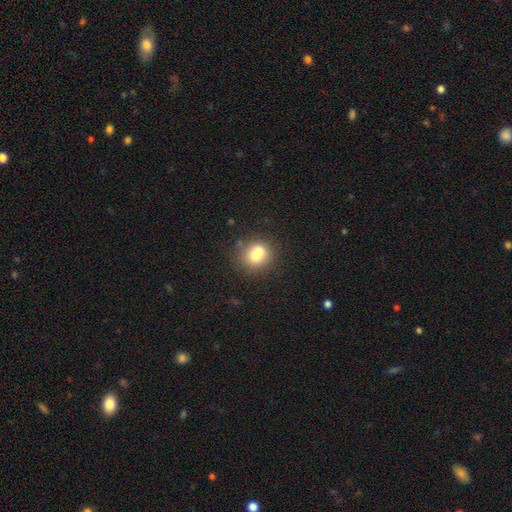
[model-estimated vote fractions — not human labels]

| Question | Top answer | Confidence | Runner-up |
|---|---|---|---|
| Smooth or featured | smooth | 69% | featured or disk (19%) |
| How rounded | round | 73% | in between (26%) |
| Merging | none | 47% | merger (37%) |